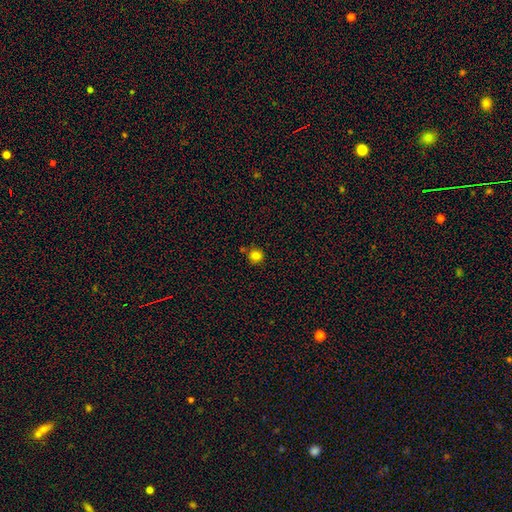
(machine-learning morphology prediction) The model was most divided on "merging": none: 78%, minor disturbance: 10%, merger: 9%, major disturbance: 3%. More confident: how rounded — round (94%); smooth or featured — smooth (82%).